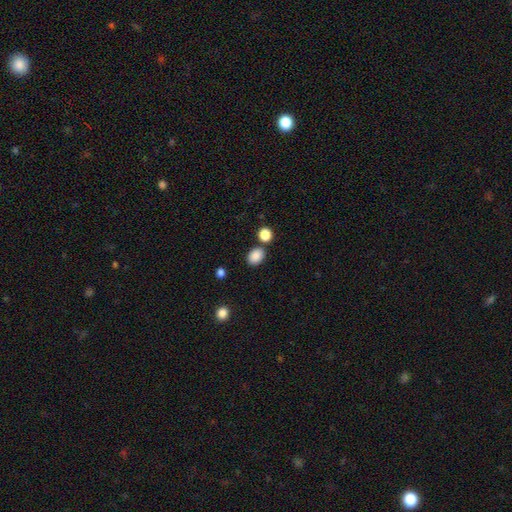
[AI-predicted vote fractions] This appears to be a smooth galaxy with no disk features (87%) that is in between round and cigar-shaped (68%). Merging: none (78%).